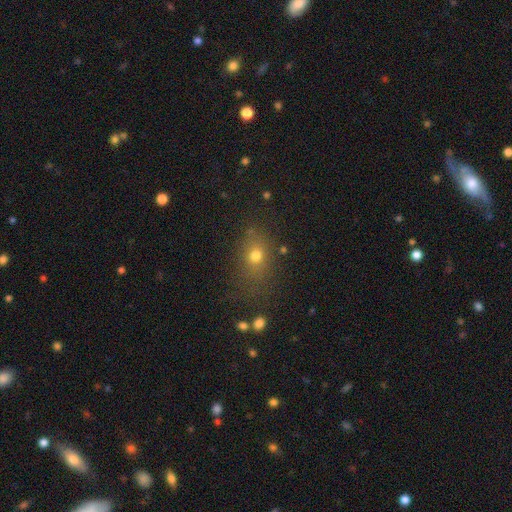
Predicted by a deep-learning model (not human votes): Smooth or featured? Predicted: smooth (p=0.69). How rounded? Predicted: in between (p=0.53). Merging? Predicted: none (p=0.74).